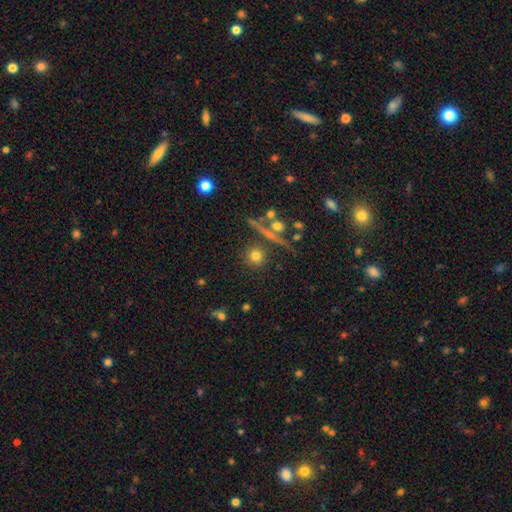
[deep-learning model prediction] This appears to be a smooth galaxy with no disk features (70%) that is round (91%). Merging: none (77%).